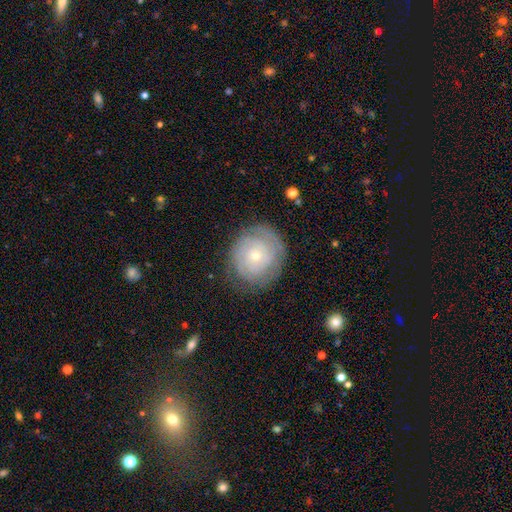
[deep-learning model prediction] Overall: featured or disk (68%). Edge-on disk: no (97%). Bar: no (84%). Spiral arms: yes (86%). Spiral arm count: can't tell (47%; 2 22%). Spiral winding: tight (79%). Bulge size: small (74%). Merging: none (78%).